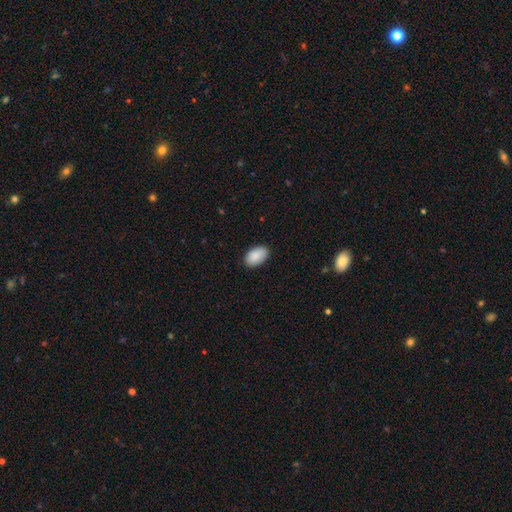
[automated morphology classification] Q: Smooth or featured?
A: smooth (89%); runner-up: star or artifact (6%)
Q: How rounded?
A: in between (94%); runner-up: round (5%)
Q: Merging?
A: none (87%); runner-up: minor disturbance (10%)